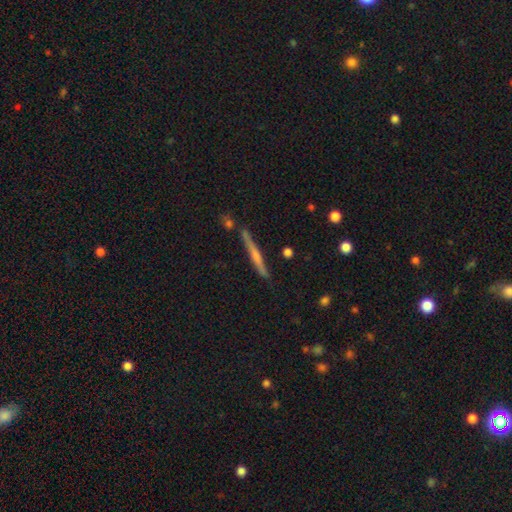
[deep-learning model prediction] The model was most divided on "edge-on bulge": rounded: 56%, none: 35%, boxy: 10%. More confident: edge-on disk — yes (97%); merging — none (83%); smooth or featured — featured or disk (62%).